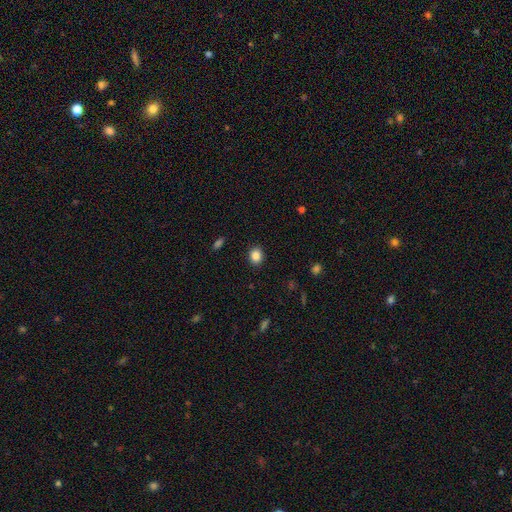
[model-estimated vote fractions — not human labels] A smooth galaxy with no disk features (86%) that is round (56%).

Vote fractions:
- Smooth or featured? smooth: 86% / star or artifact: 10% / featured or disk: 4%
- How rounded? round: 56% / in between: 43% / cigar-shaped: 1%
- Merging? none: 90% / minor disturbance: 7% / major disturbance: 2% / merger: 1%